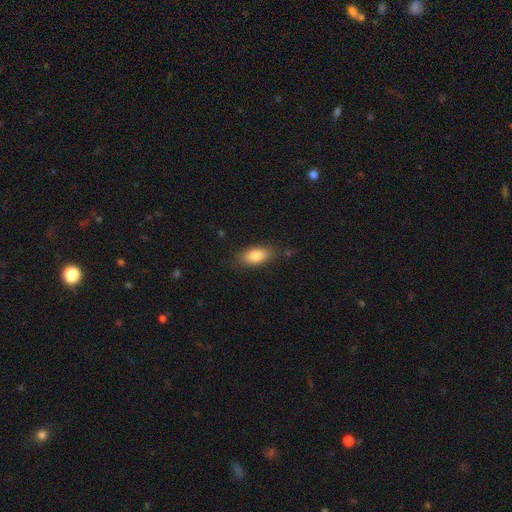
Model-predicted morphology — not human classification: smooth 82%, featured or disk 11%, star or artifact 7%. Down the decision tree: how rounded — in between (87%); merging — none (81%).